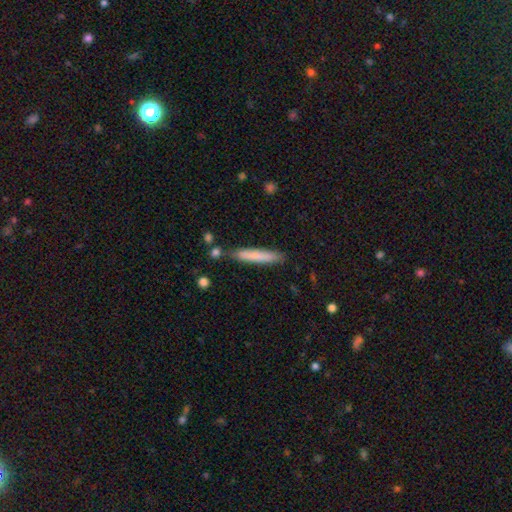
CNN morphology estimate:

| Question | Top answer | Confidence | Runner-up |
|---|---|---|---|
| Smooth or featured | smooth | 75% | featured or disk (19%) |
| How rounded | cigar-shaped | 94% | in between (5%) |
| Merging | none | 80% | minor disturbance (13%) |